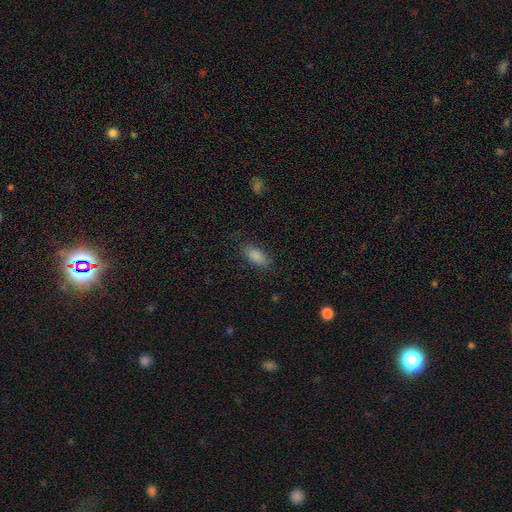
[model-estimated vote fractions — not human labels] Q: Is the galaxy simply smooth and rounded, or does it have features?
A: smooth — 85%.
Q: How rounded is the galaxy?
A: in between — 83%.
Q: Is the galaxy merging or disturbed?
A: none — 85%.